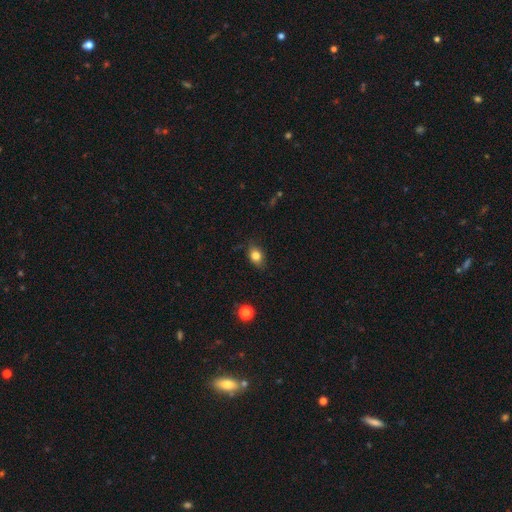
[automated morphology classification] smooth_or_featured: smooth (p=0.82) [alt: star or artifact p=0.10]
how_rounded: in between (p=0.69) [alt: round p=0.29]
merging: none (p=0.78) [alt: minor disturbance p=0.18]